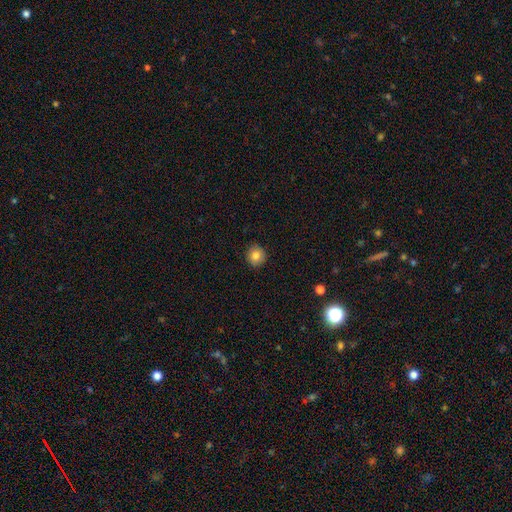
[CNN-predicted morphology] The model was most divided on "smooth or featured": smooth: 82%, star or artifact: 10%, featured or disk: 8%. More confident: how rounded — round (92%); merging — none (91%).